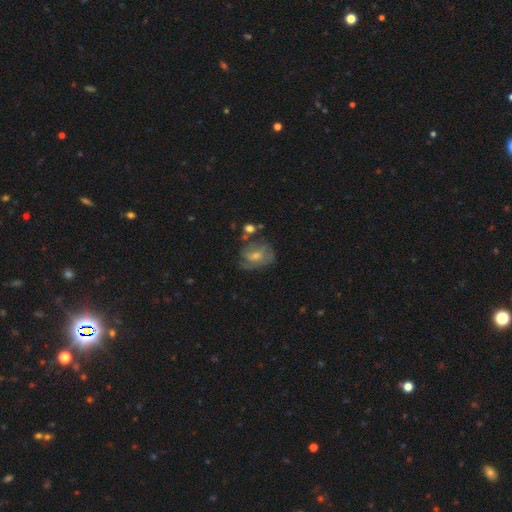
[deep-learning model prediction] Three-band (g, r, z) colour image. It shows a featured or disk galaxy (59%) with no bar (50%), spiral arms (74%) and a moderate central bulge (49%). Merging: none (59%).